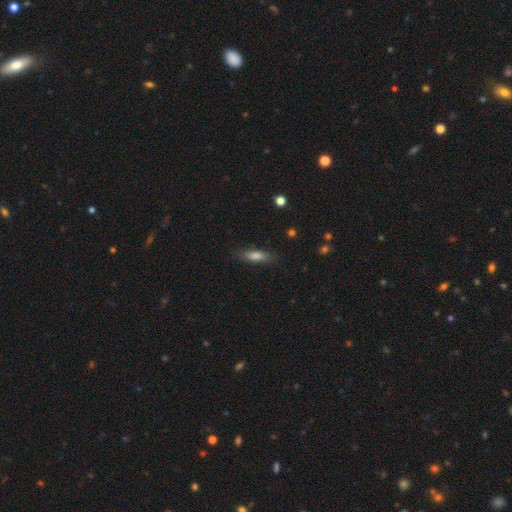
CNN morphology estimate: A smooth galaxy with no disk features (69%) that is cigar-shaped (63%).

Vote fractions:
- Smooth or featured? smooth: 69% / featured or disk: 21% / star or artifact: 10%
- How rounded? cigar-shaped: 63% / in between: 34% / round: 3%
- Merging? none: 84% / minor disturbance: 12% / major disturbance: 3% / merger: 1%